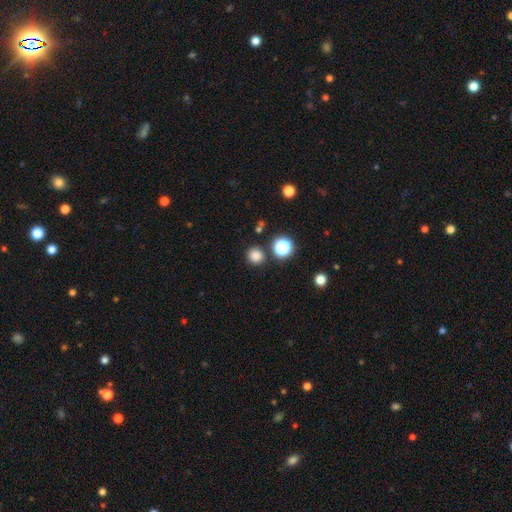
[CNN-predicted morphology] A smooth galaxy with no disk features (80%) that is round (92%). Merging: none (86%).